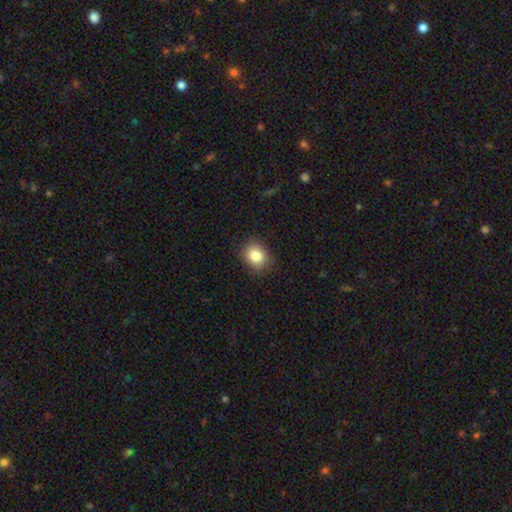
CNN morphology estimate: Smooth or featured?
  - smooth: 83% *
  - star or artifact: 10%
  - featured or disk: 7%
How rounded?
  - round: 59% *
  - in between: 41%
  - cigar-shaped: 1%
Merging?
  - none: 85% *
  - minor disturbance: 11%
  - major disturbance: 3%
  - merger: 1%